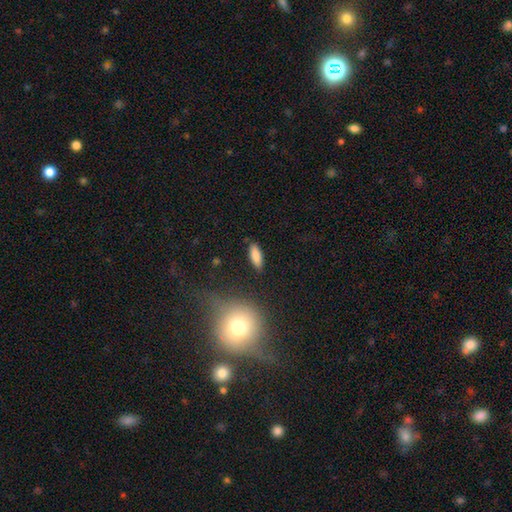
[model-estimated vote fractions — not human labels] Overall: smooth (85%). How rounded: in between (70%). Merging: none (86%).